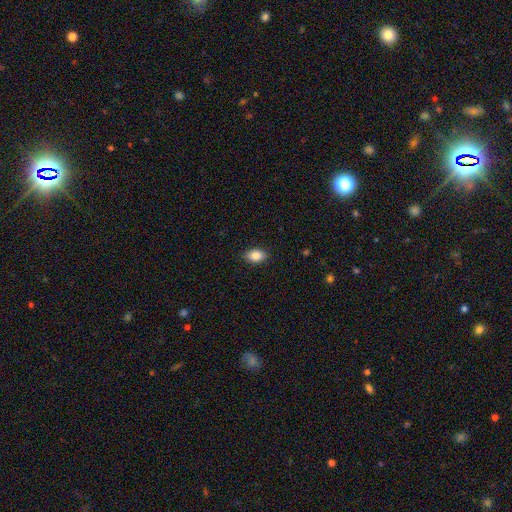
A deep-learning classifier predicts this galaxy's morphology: Smooth or featured?
  - smooth: 87% *
  - star or artifact: 8%
  - featured or disk: 6%
How rounded?
  - in between: 86% *
  - round: 13%
  - cigar-shaped: 1%
Merging?
  - none: 89% *
  - minor disturbance: 8%
  - major disturbance: 2%
  - merger: 1%